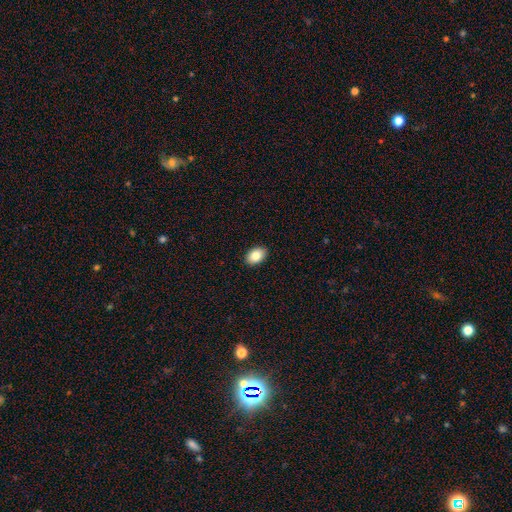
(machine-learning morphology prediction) Overall: smooth (85%). How rounded: in between (85%). Merging: none (91%).